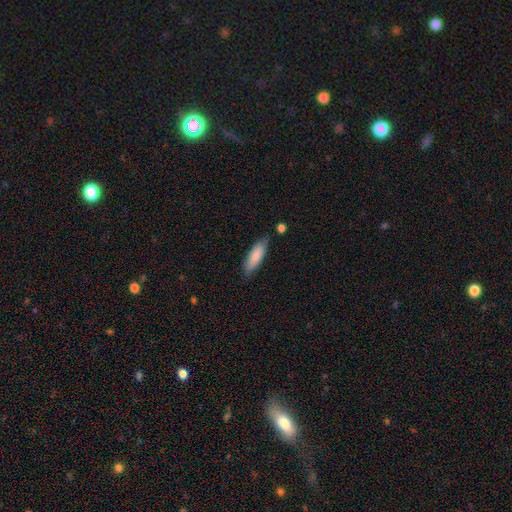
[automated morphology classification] Smooth or featured? smooth (83%)
How rounded? cigar-shaped (54%)
Merging? none (79%)